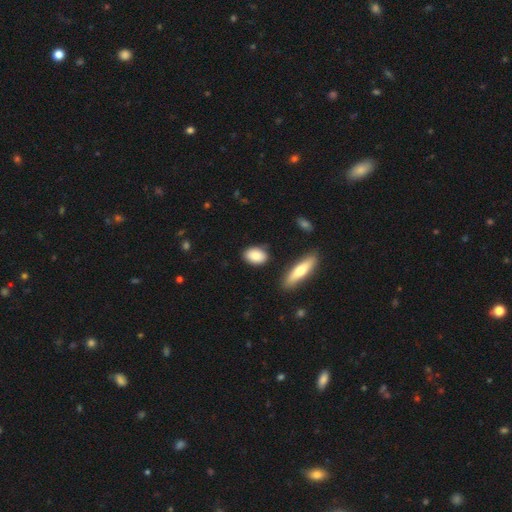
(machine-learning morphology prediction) smooth-or-featured: smooth: 84% | featured or disk: 10% | star or artifact: 6%
  how-rounded: in between: 84% | round: 12% | cigar-shaped: 4%
  merging: none: 83% | minor disturbance: 11% | merger: 4% | major disturbance: 3%